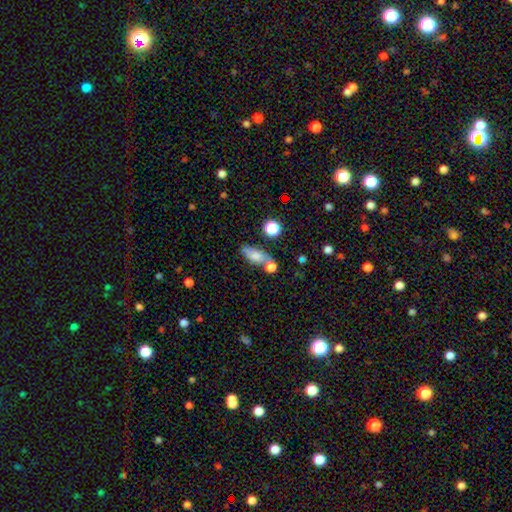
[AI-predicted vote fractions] Morphology: type=smooth (74%); roundness=in between (74%); merging=none (48%).